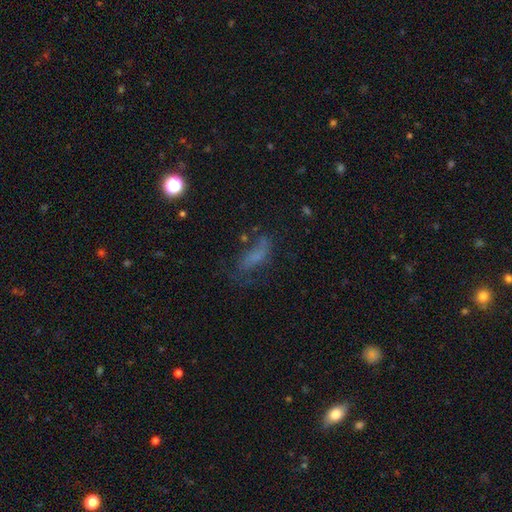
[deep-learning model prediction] smooth_or_featured: smooth (p=0.52) [alt: featured or disk p=0.26]
how_rounded: in between (p=0.65) [alt: cigar-shaped p=0.29]
merging: none (p=0.44) [alt: major disturbance p=0.26]